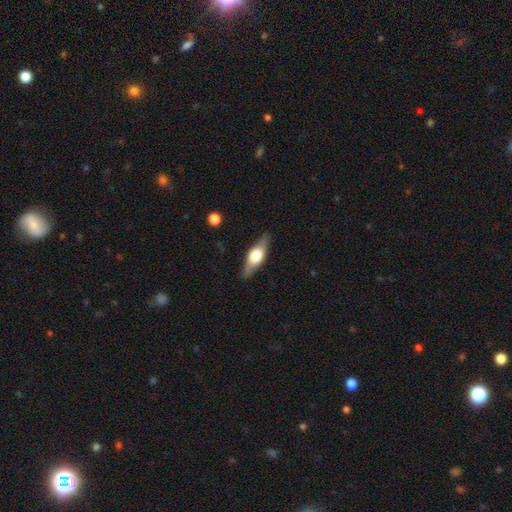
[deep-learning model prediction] Q: Smooth or featured?
A: featured or disk (54%); runner-up: smooth (40%)
Q: Edge-on disk?
A: yes (89%); runner-up: no (11%)
Q: Merging?
A: none (86%); runner-up: minor disturbance (10%)